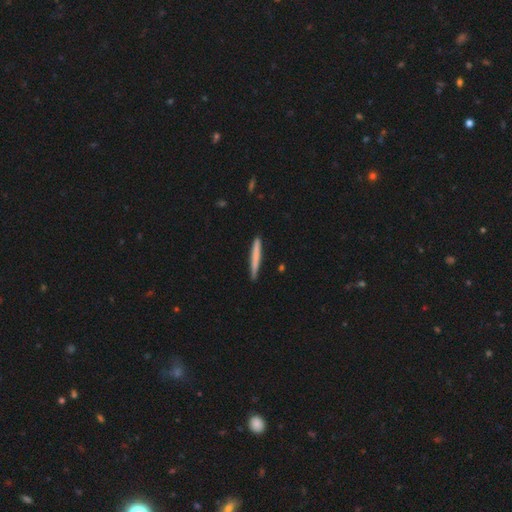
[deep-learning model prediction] This appears to be a smooth galaxy with no disk features (69%) that is cigar-shaped (97%). Merging: none (89%).